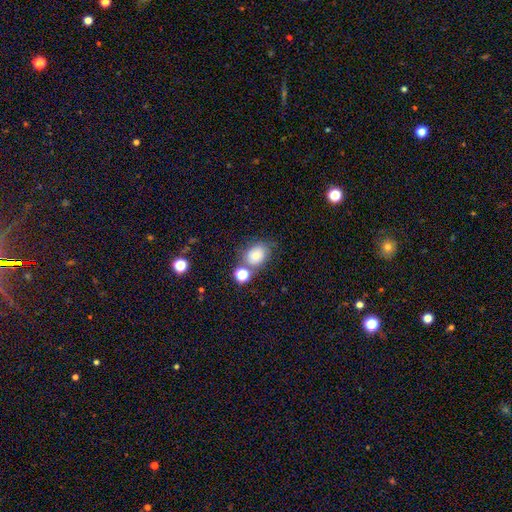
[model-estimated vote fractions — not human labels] smooth-or-featured: smooth: 72% | featured or disk: 15% | star or artifact: 13%
  how-rounded: in between: 52% | round: 47% | cigar-shaped: 1%
  merging: none: 55% | merger: 20% | minor disturbance: 18% | major disturbance: 8%